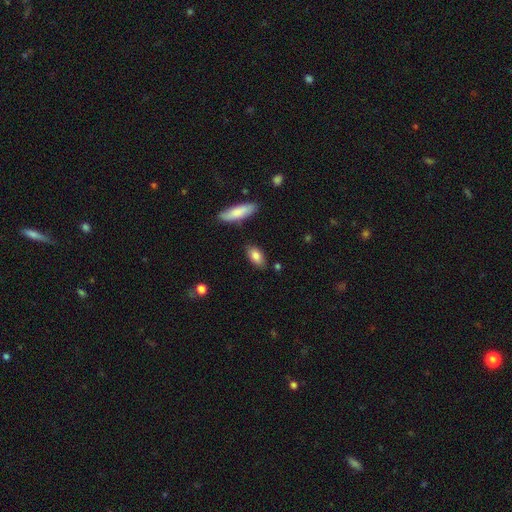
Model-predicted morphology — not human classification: Smooth or featured: smooth — 82% (featured or disk — 11%)
How rounded: in between — 87% (cigar-shaped — 9%)
Merging: none — 82% (minor disturbance — 12%)